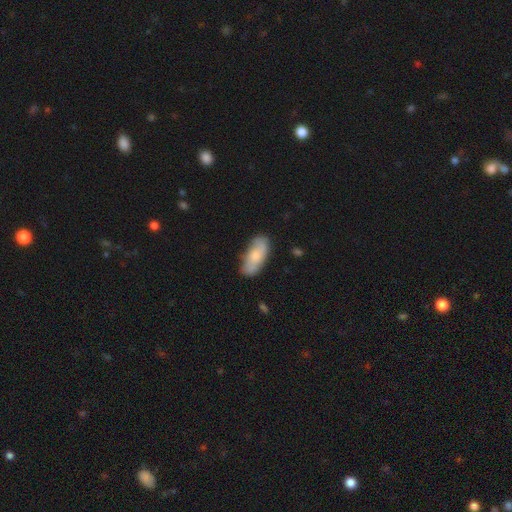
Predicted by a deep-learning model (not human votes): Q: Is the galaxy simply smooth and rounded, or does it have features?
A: smooth — 57%.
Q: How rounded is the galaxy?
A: in between — 87%.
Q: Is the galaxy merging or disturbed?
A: none — 72%.